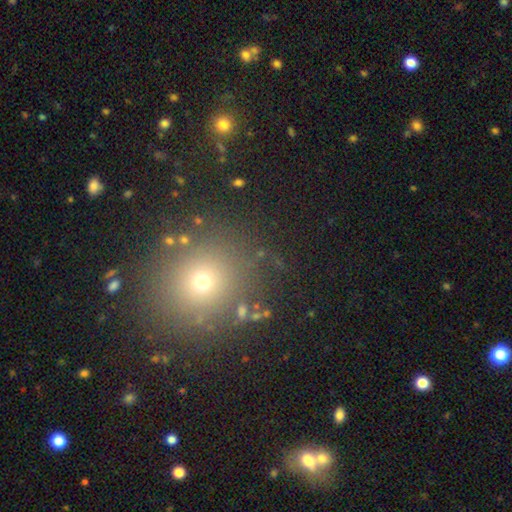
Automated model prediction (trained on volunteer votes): A smooth galaxy with no disk features (60%) that is round (86%).

Vote fractions:
- Smooth or featured? smooth: 60% / star or artifact: 31% / featured or disk: 9%
- How rounded? round: 86% / in between: 13% / cigar-shaped: 1%
- Merging? none: 86% / minor disturbance: 7% / major disturbance: 3% / merger: 3%